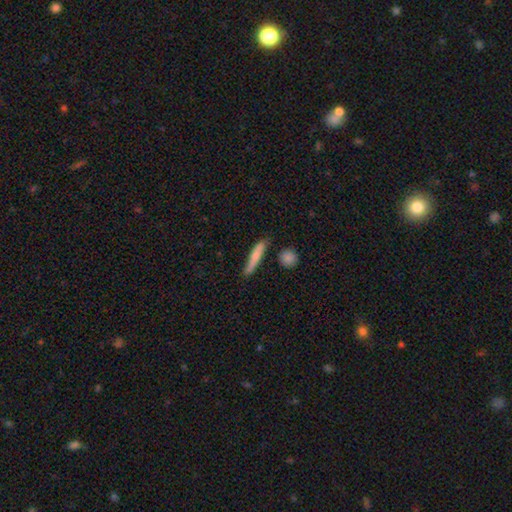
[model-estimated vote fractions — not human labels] The model was most divided on "smooth or featured": smooth: 67%, featured or disk: 27%, star or artifact: 6%. More confident: how rounded — cigar-shaped (89%); merging — none (72%).